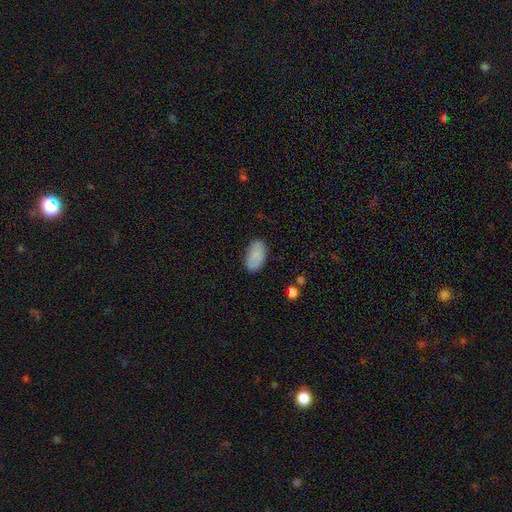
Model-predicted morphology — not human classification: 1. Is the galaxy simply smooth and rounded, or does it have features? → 87% smooth, 7% star or artifact, 6% featured or disk.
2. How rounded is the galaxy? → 94% in between, 4% round, 2% cigar-shaped.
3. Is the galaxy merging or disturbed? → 84% none, 12% minor disturbance, 3% major disturbance, 1% merger.